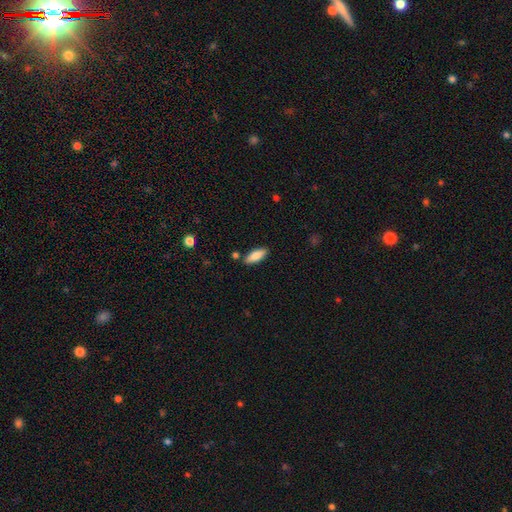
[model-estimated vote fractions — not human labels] Q: Smooth or featured?
A: smooth (81%); runner-up: featured or disk (12%)
Q: How rounded?
A: in between (66%); runner-up: cigar-shaped (32%)
Q: Merging?
A: none (84%); runner-up: minor disturbance (10%)